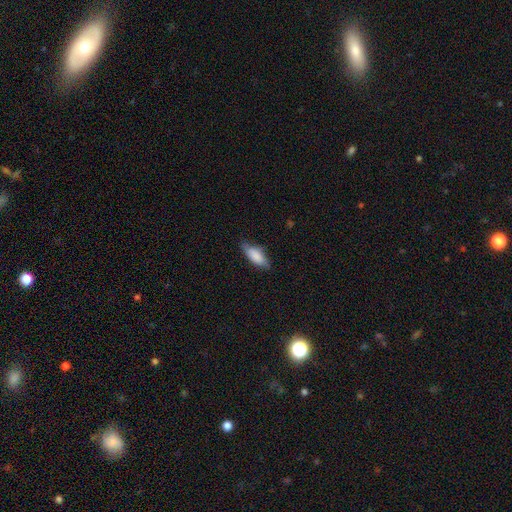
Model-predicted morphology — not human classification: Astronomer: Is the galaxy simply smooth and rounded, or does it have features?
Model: smooth — 82%.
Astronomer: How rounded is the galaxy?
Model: in between — 79%.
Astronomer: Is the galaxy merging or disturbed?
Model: none — 71%.